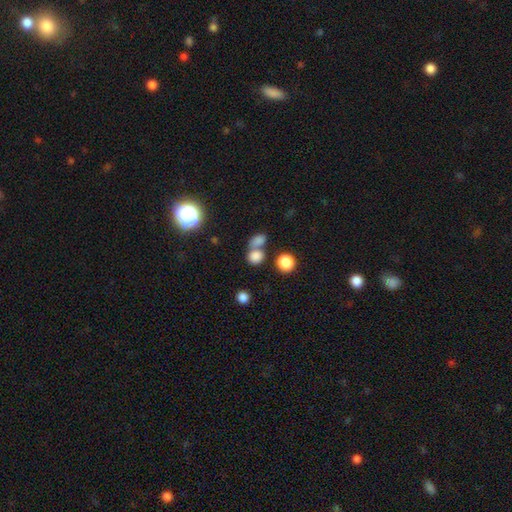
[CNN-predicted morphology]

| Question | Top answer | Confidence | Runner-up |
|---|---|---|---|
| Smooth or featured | smooth | 79% | star or artifact (14%) |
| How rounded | round | 66% | in between (33%) |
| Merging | merger | 45% | none (42%) |